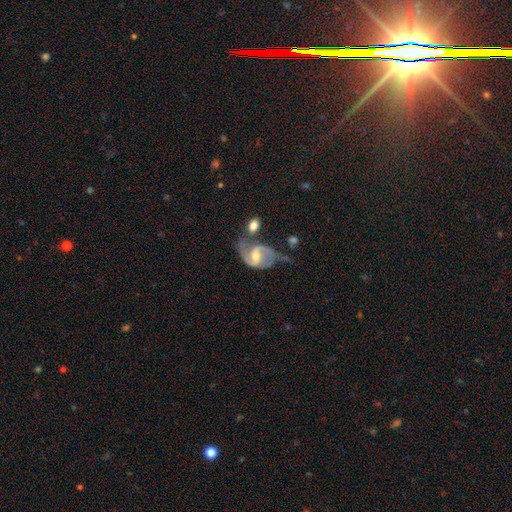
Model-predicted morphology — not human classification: Q: Smooth or featured?
A: featured or disk (86%); runner-up: smooth (9%)
Q: Edge-on disk?
A: no (98%); runner-up: yes (2%)
Q: Bar?
A: weak (54%); runner-up: strong (25%)
Q: Spiral arms?
A: yes (95%); runner-up: no (5%)
Q: Spiral winding?
A: medium (50%); runner-up: loose (37%)
Q: Spiral arm count?
A: 2 (89%); runner-up: 1 (4%)
Q: Bulge size?
A: moderate (56%); runner-up: small (36%)
Q: Merging?
A: none (45%); runner-up: minor disturbance (23%)